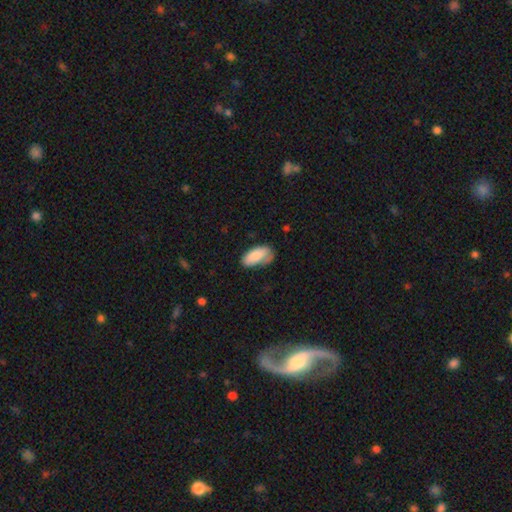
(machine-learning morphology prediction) This appears to be a smooth galaxy with no disk features (84%) that is in between round and cigar-shaped (91%). Merging: none (55%).